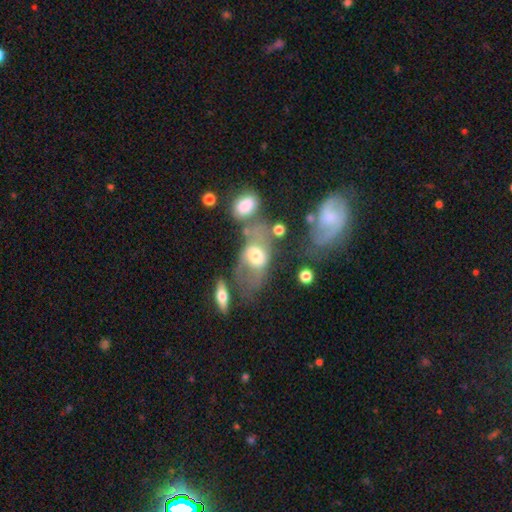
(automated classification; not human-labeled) Overall: featured or disk (46%; smooth 43%). Merging: none (30%; major disturbance 29%).